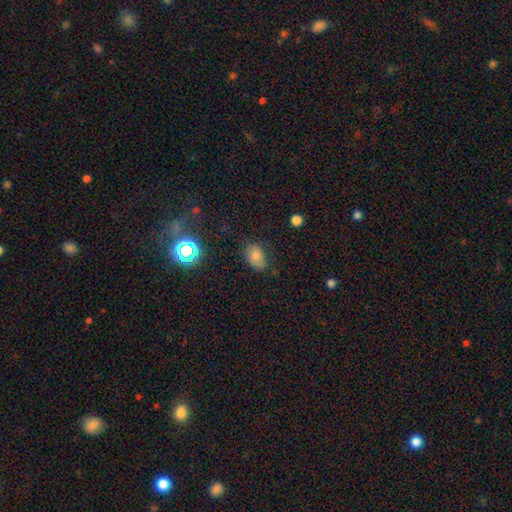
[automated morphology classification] This appears to be a smooth galaxy with no disk features (71%) that is in between round and cigar-shaped (81%). Merging: none (66%).